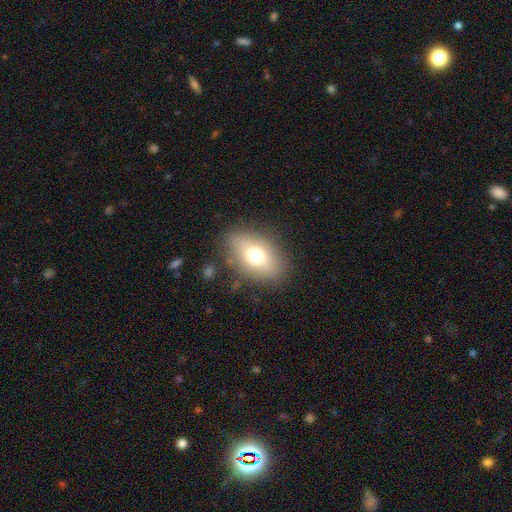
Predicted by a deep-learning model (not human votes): A smooth galaxy with no disk features (69%) that is in between round and cigar-shaped (83%). Merging: none (81%).